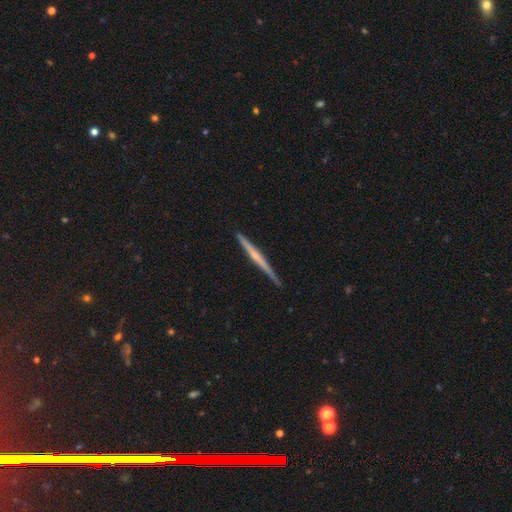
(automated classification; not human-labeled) Smooth or featured?
  - featured or disk: 71% *
  - smooth: 24%
  - star or artifact: 5%
Edge-on disk?
  - yes: 98% *
  - no: 2%
Edge-on bulge?
  - rounded: 48% *
  - none: 44%
  - boxy: 8%
Merging?
  - none: 89% *
  - minor disturbance: 8%
  - major disturbance: 1%
  - merger: 1%